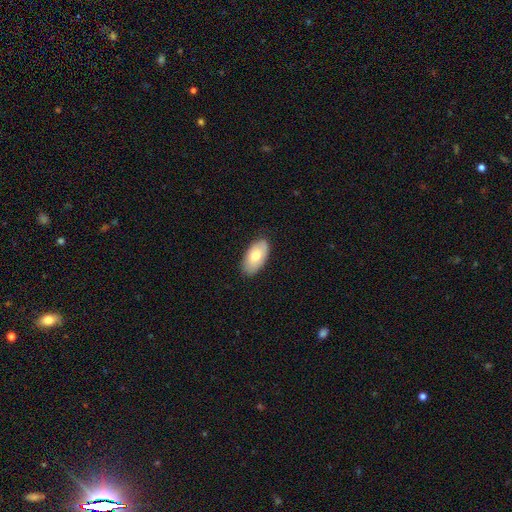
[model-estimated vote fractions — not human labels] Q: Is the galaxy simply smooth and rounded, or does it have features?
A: smooth — 69%.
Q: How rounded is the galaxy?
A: in between — 95%.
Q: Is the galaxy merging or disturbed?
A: none — 84%.